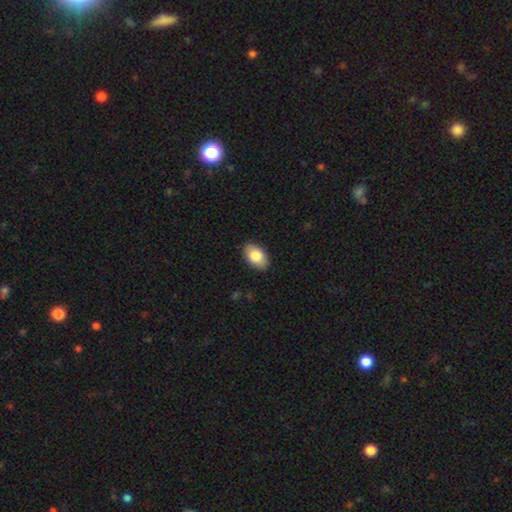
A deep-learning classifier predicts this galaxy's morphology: type=smooth (83%); roundness=in between (92%); merging=none (87%).